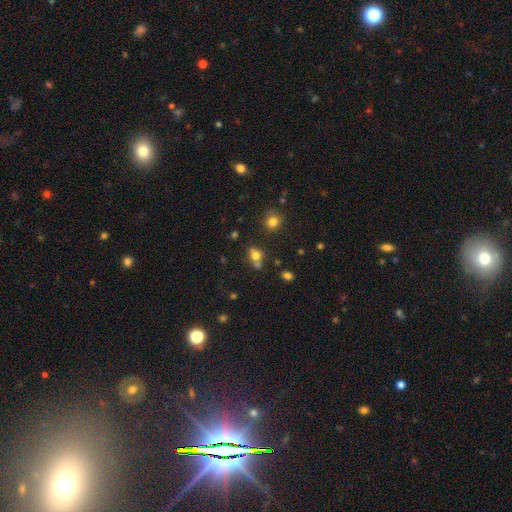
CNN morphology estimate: smooth 71%, star or artifact 17%, featured or disk 12%. Down the decision tree: how rounded — round (57%); merging — none (49%).